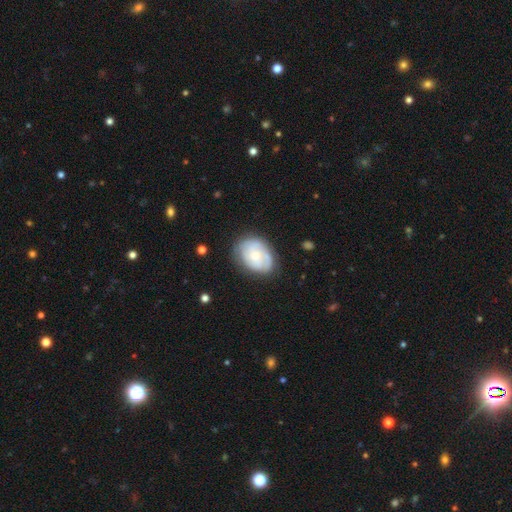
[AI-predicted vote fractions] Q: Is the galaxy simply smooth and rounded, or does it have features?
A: featured or disk — 61%.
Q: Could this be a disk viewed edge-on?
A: no — 97%.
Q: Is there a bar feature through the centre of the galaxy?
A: no — 78%.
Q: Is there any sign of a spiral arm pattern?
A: yes — 79%.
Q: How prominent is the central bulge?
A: small — 52%.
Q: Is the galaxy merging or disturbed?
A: none — 71%.